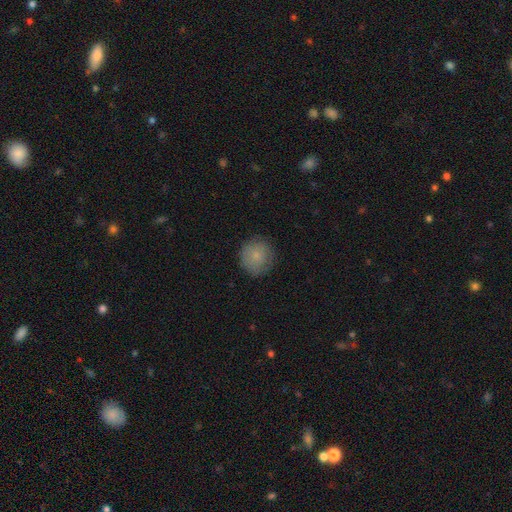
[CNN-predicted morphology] smooth-or-featured: smooth: 81% | featured or disk: 11% | star or artifact: 8%
  how-rounded: round: 91% | in between: 8% | cigar-shaped: 1%
  merging: none: 82% | minor disturbance: 14% | major disturbance: 3% | merger: 1%